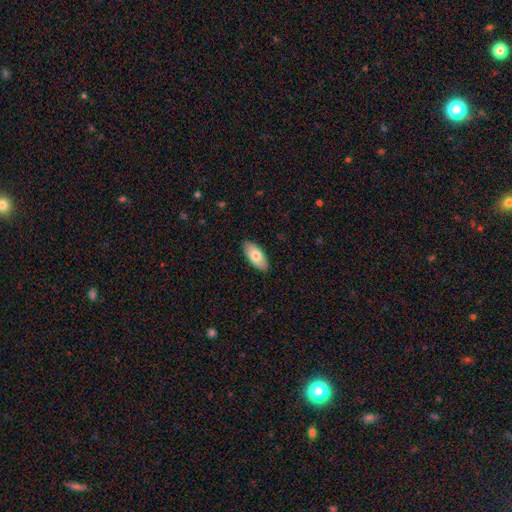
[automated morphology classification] type=smooth (75%); roundness=in between (90%); merging=none (88%).